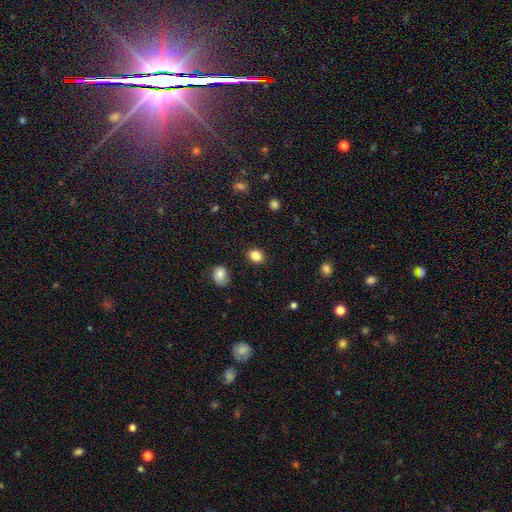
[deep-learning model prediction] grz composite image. It shows a smooth galaxy with no disk features (85%) that is round (52%). Merging: none (88%).